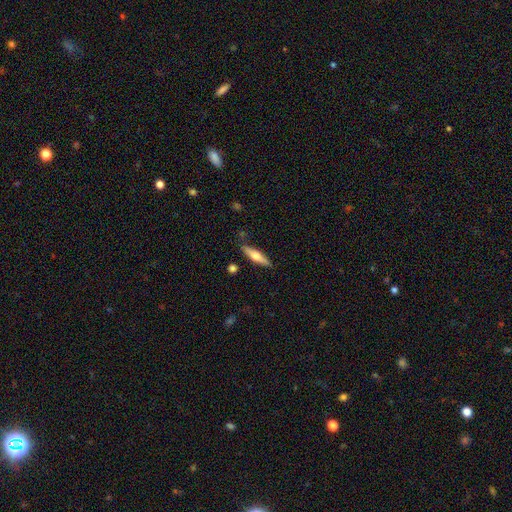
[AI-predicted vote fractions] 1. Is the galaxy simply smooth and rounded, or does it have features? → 48% featured or disk, 46% smooth, 6% star or artifact.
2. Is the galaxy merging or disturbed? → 85% none, 10% minor disturbance, 3% merger, 2% major disturbance.